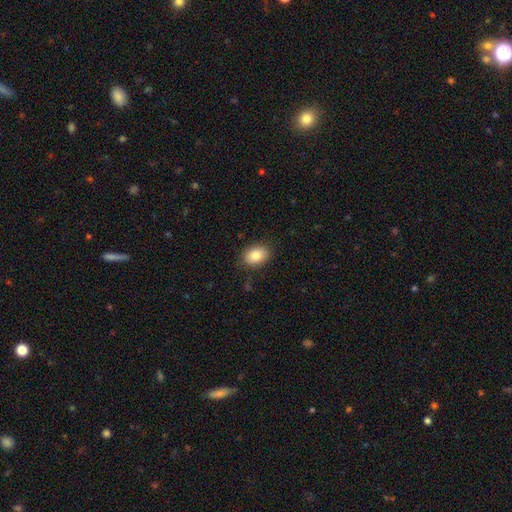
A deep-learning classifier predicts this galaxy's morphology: Overall: smooth (84%). How rounded: in between (76%). Merging: none (86%).